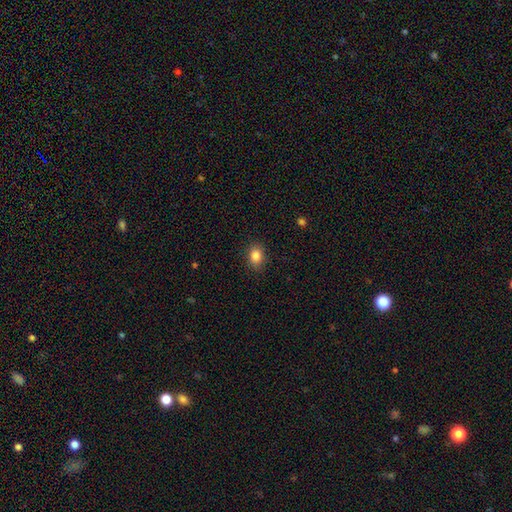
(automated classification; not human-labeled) Smooth or featured: smooth — 85% (star or artifact — 10%)
How rounded: in between — 64% (round — 35%)
Merging: none — 88% (minor disturbance — 9%)